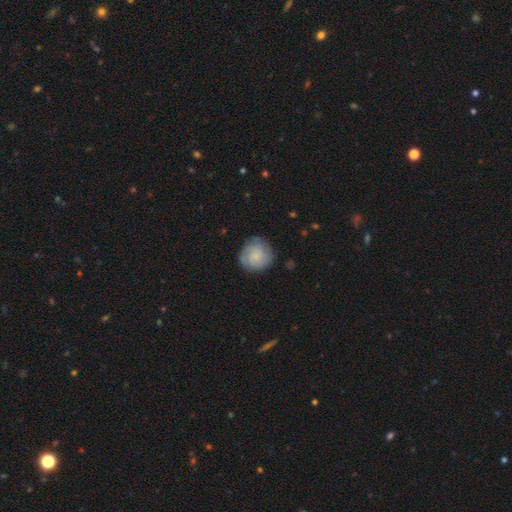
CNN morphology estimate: smooth-or-featured: smooth: 58% | featured or disk: 35% | star or artifact: 7%
  how-rounded: round: 88% | in between: 11% | cigar-shaped: 1%
  merging: none: 77% | minor disturbance: 17% | major disturbance: 5% | merger: 1%